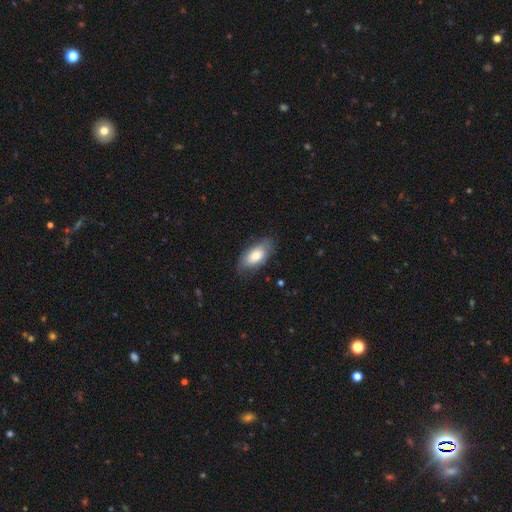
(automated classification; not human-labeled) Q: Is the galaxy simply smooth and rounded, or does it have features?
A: smooth — 74%.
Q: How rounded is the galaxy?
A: in between — 91%.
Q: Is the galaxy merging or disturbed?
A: none — 73%.